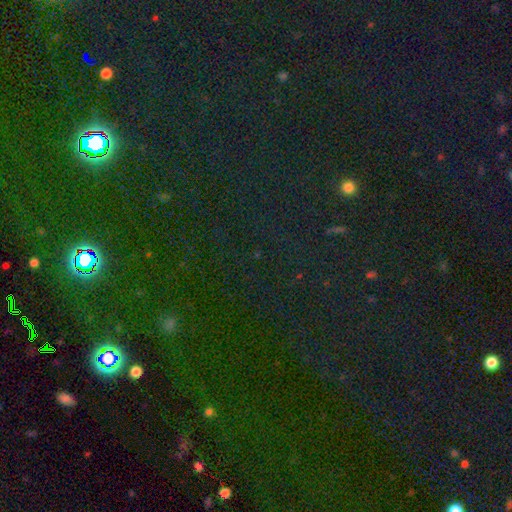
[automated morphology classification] This is likely a star or artifact rather than a galaxy (78%).